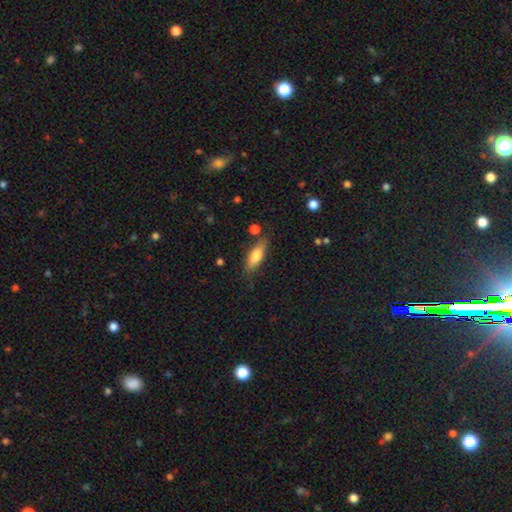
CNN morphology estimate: Smooth or featured? smooth (71%)
How rounded? in between (56%)
Merging? none (77%)